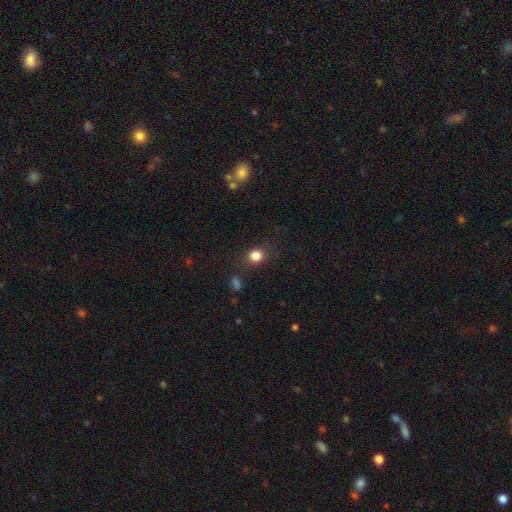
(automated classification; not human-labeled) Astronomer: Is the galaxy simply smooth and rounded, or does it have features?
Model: smooth — 83%.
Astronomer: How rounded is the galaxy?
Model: round — 70%.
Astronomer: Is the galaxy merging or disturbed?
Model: none — 80%.